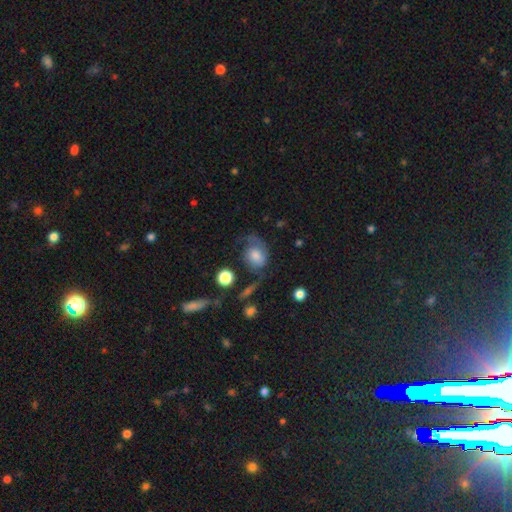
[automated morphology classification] type=featured or disk (49%); merging=none (43%).